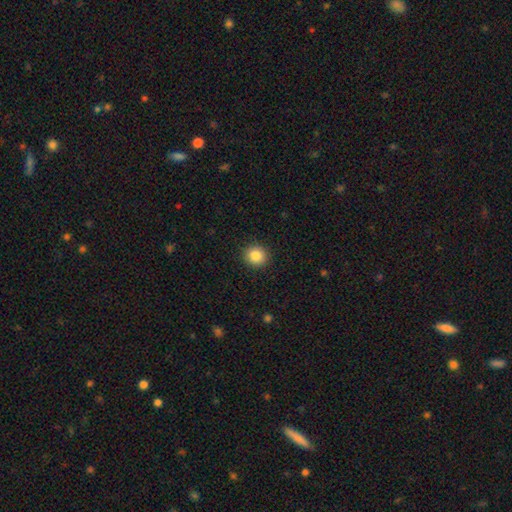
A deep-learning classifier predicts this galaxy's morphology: smooth_or_featured: smooth (p=0.86) [alt: star or artifact p=0.09]
how_rounded: round (p=0.90) [alt: in between p=0.09]
merging: none (p=0.92) [alt: minor disturbance p=0.05]